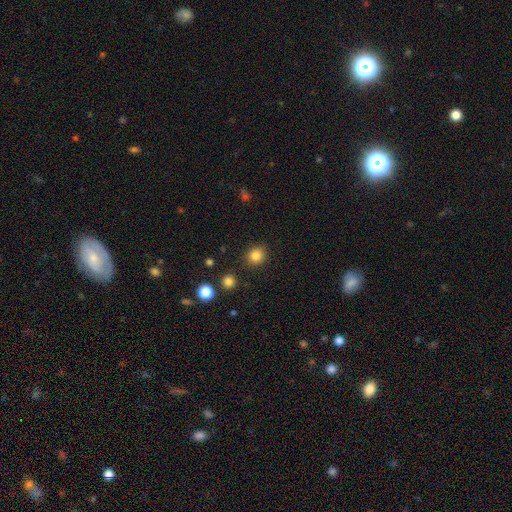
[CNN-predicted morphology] A smooth galaxy with no disk features (84%) that is round (84%). Merging: none (89%).